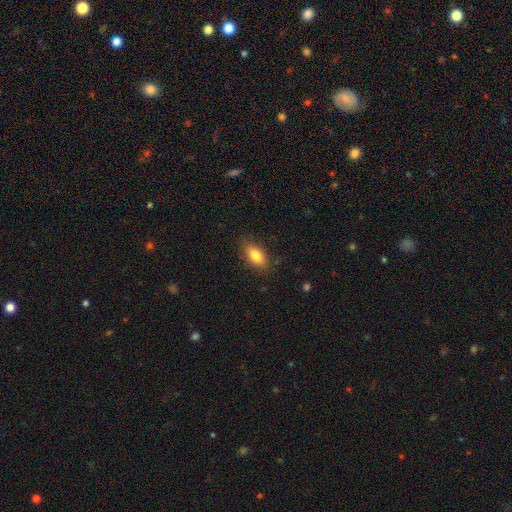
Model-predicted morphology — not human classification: Smooth or featured: smooth — 82% (featured or disk — 10%)
How rounded: in between — 86% (cigar-shaped — 7%)
Merging: none — 82% (minor disturbance — 13%)